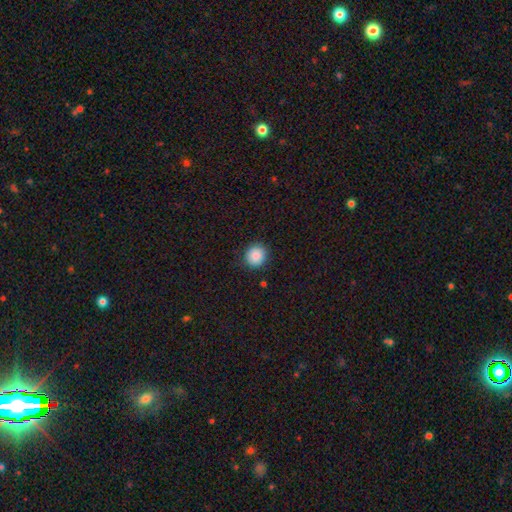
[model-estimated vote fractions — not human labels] Smooth or featured? Predicted: smooth (p=0.87). How rounded? Predicted: round (p=0.88). Merging? Predicted: none (p=0.89).